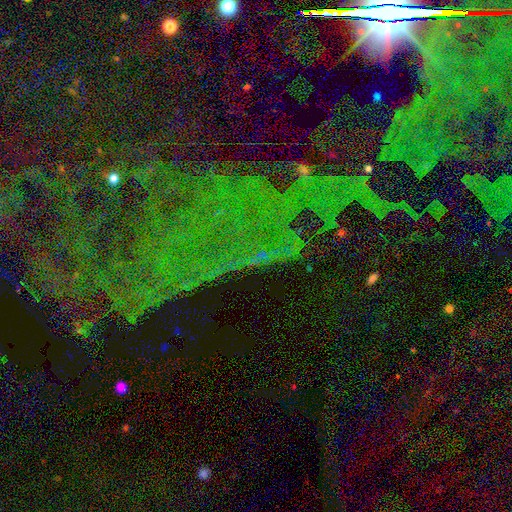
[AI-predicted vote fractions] smooth_or_featured: star or artifact (p=0.80) [alt: featured or disk p=0.11]